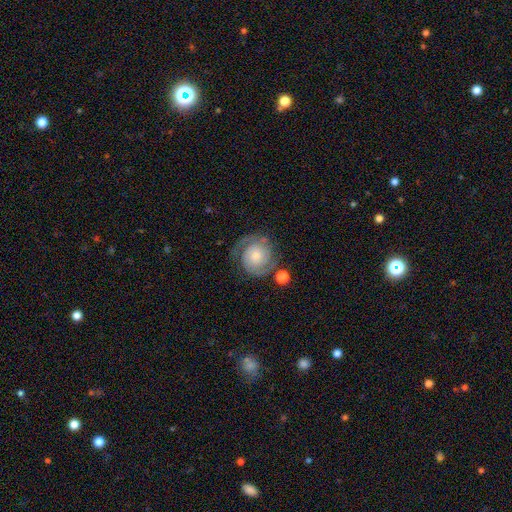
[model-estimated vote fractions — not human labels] This appears to be a featured or disk galaxy (76%) with no bar (76%), 2 (87%) tight (52%) spiral arms (95%) and a small central bulge (45%). Merging: none (70%).